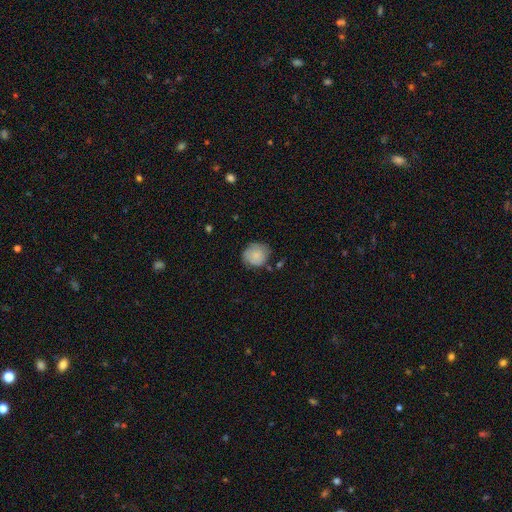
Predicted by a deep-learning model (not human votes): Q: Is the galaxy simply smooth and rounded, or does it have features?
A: smooth — 81%.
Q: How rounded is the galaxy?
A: round — 80%.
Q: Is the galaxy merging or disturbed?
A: none — 70%.